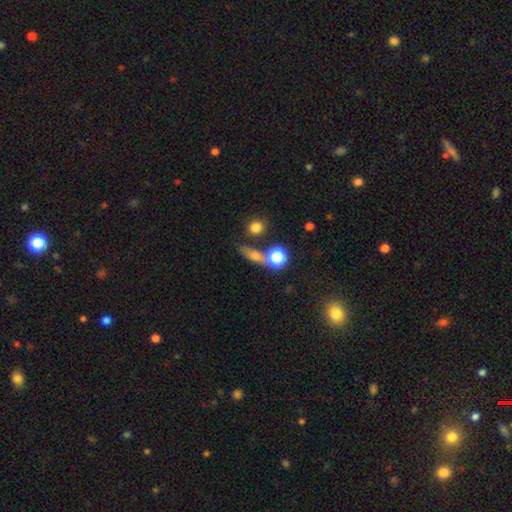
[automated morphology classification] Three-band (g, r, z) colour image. It shows a smooth galaxy with no disk features (58%) that is in between round and cigar-shaped (37%). Merging: none (61%).